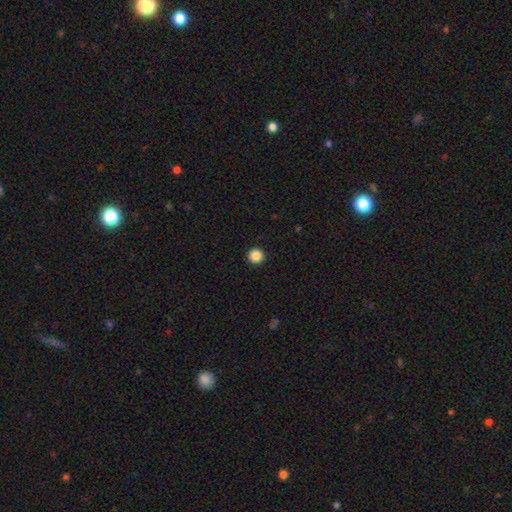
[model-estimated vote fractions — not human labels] smooth_or_featured: smooth (p=0.87) [alt: star or artifact p=0.10]
how_rounded: round (p=0.97) [alt: in between p=0.03]
merging: none (p=0.94) [alt: minor disturbance p=0.04]